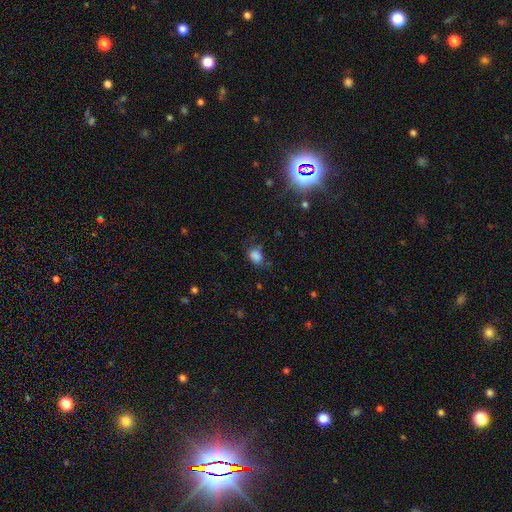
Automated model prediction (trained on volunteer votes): smooth-or-featured: smooth: 82% | star or artifact: 12% | featured or disk: 6%
  how-rounded: in between: 69% | round: 29% | cigar-shaped: 1%
  merging: none: 59% | minor disturbance: 26% | major disturbance: 12% | merger: 3%